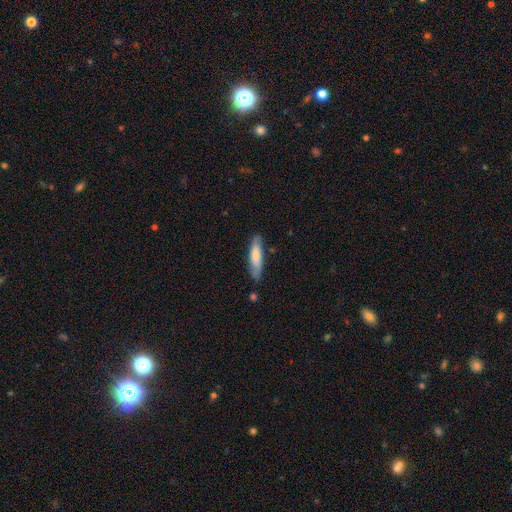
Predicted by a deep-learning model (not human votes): This is likely a smooth galaxy (66%). How rounded: likely cigar-shaped (74%). Merging: likely none (77%).